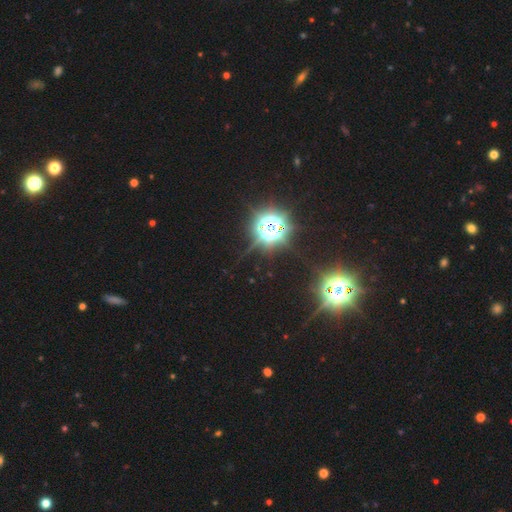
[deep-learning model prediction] The model was most divided on "smooth or featured": star or artifact: 84%, smooth: 11%, featured or disk: 6%.